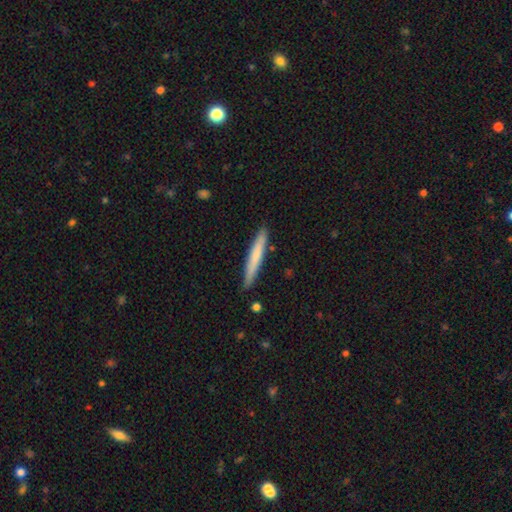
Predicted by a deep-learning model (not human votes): Smooth or featured?
  - smooth: 68% *
  - featured or disk: 27%
  - star or artifact: 5%
How rounded?
  - cigar-shaped: 96% *
  - in between: 3%
  - round: 1%
Merging?
  - none: 89% *
  - minor disturbance: 8%
  - merger: 1%
  - major disturbance: 1%